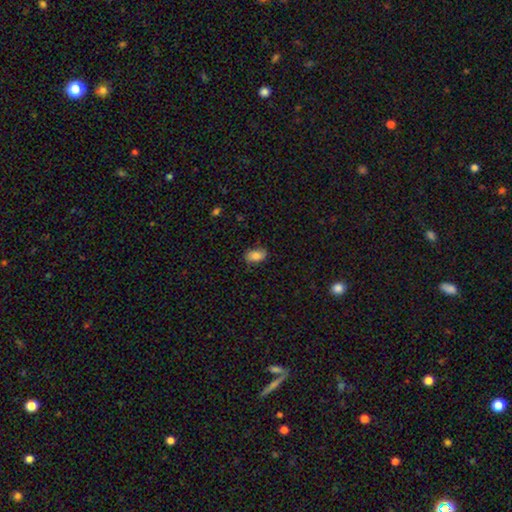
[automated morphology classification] smooth 82%, featured or disk 10%, star or artifact 8%. Down the decision tree: how rounded — in between (89%); merging — none (76%).